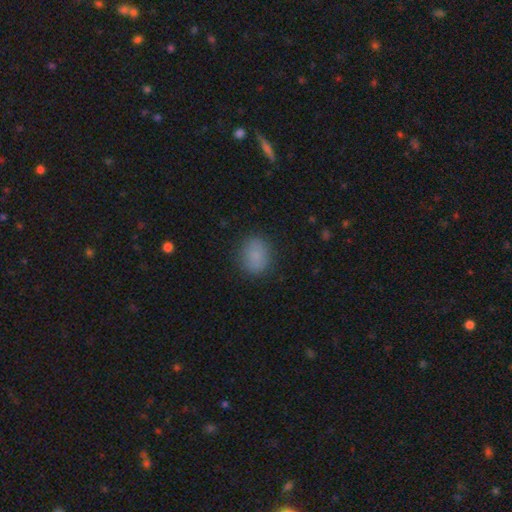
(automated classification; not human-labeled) Smooth or featured: smooth — 86% (star or artifact — 10%)
How rounded: round — 52% (in between — 47%)
Merging: none — 85% (minor disturbance — 11%)